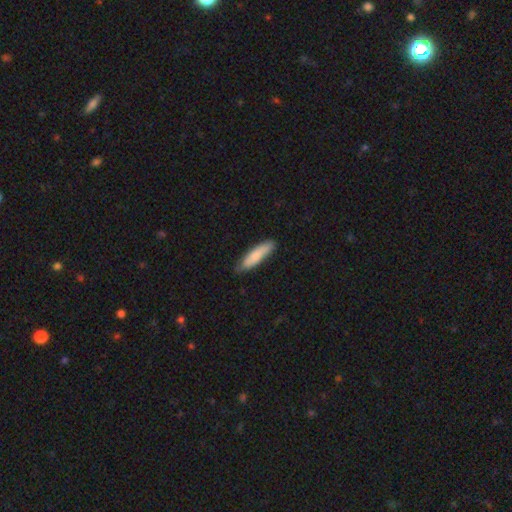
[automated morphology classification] Overall: smooth (78%). How rounded: cigar-shaped (72%). Merging: none (76%).